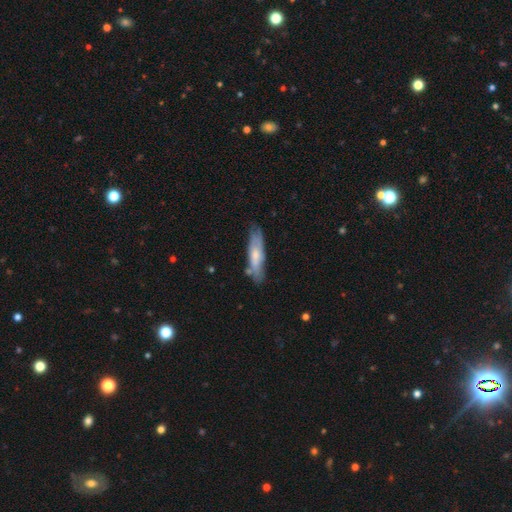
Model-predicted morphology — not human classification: type=smooth (56%); roundness=cigar-shaped (68%); merging=none (66%).